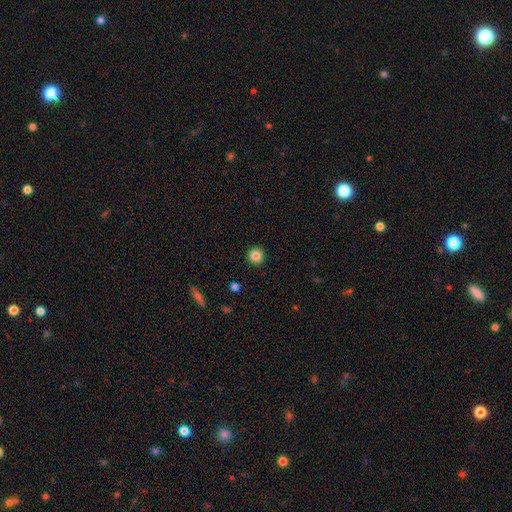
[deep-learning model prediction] Smooth or featured?
  - smooth: 84% *
  - star or artifact: 11%
  - featured or disk: 5%
How rounded?
  - round: 95% *
  - in between: 4%
  - cigar-shaped: 1%
Merging?
  - none: 93% *
  - minor disturbance: 5%
  - major disturbance: 2%
  - merger: 1%